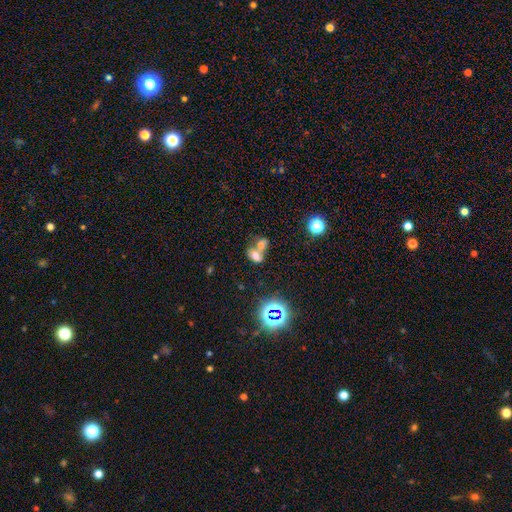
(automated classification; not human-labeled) Smooth or featured? Predicted: smooth (p=0.61). How rounded? Predicted: in between (p=0.68). Merging? Predicted: merger (p=0.67).